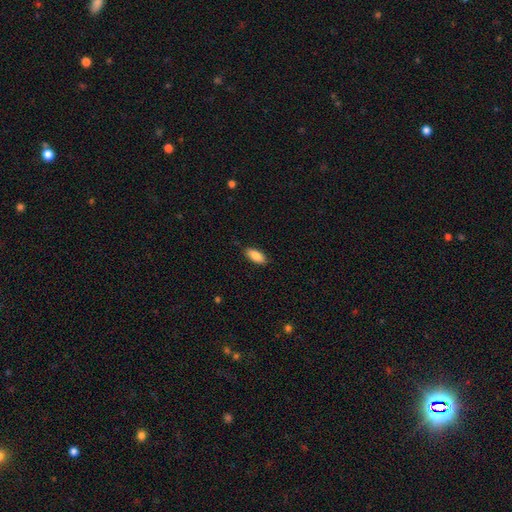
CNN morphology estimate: The model was most divided on "how rounded": in between: 85%, cigar-shaped: 13%, round: 2%. More confident: smooth or featured — smooth (88%); merging — none (85%).